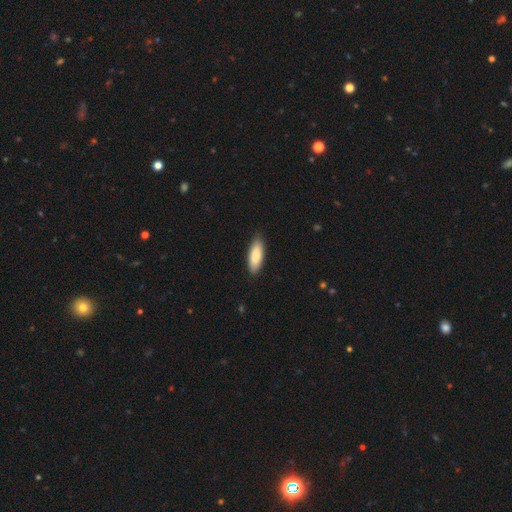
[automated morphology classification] This is clearly a smooth galaxy (85%). How rounded: likely in between (68%). Merging: clearly none (87%).